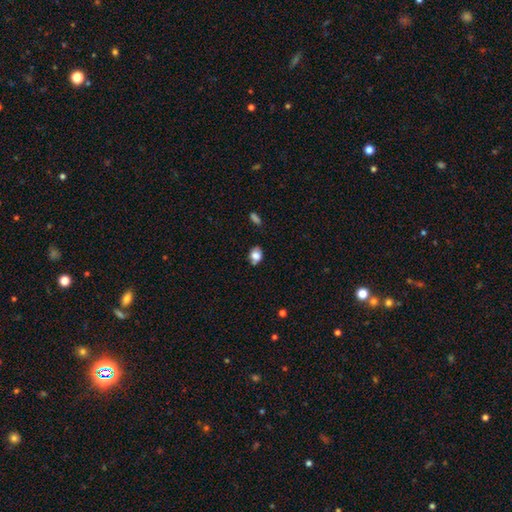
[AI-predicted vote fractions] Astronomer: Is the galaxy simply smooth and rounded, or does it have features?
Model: smooth — 78%.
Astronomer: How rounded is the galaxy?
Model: in between — 62%.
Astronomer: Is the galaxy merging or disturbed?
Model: none — 67%.